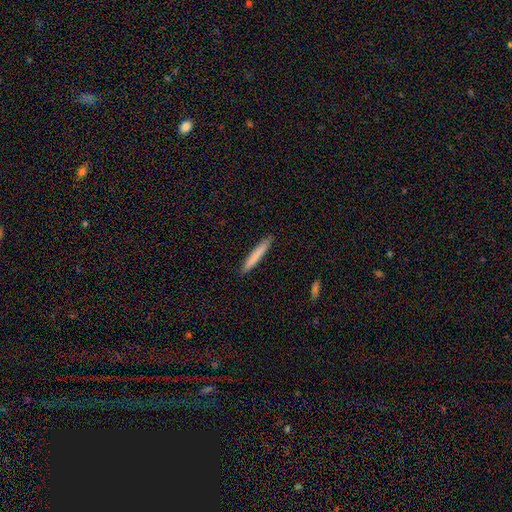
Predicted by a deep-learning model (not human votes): Morphology: type=smooth (78%); roundness=cigar-shaped (96%); merging=none (91%).